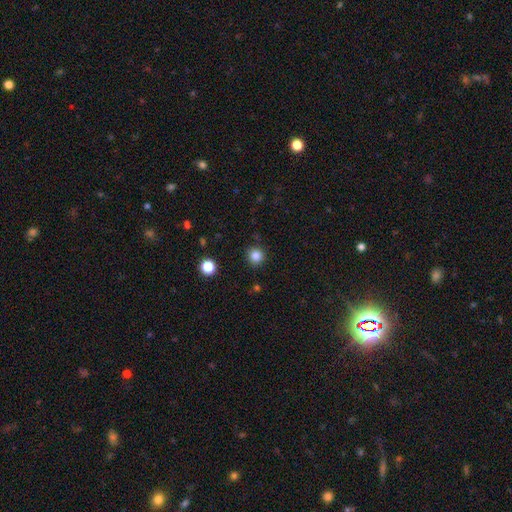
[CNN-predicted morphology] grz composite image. It shows a smooth galaxy with no disk features (84%) that is round (94%). Merging: none (90%).